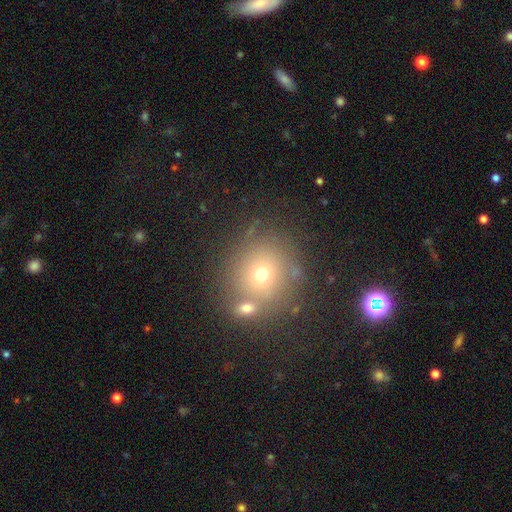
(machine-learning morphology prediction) type=smooth (58%); roundness=round (87%); merging=none (71%).